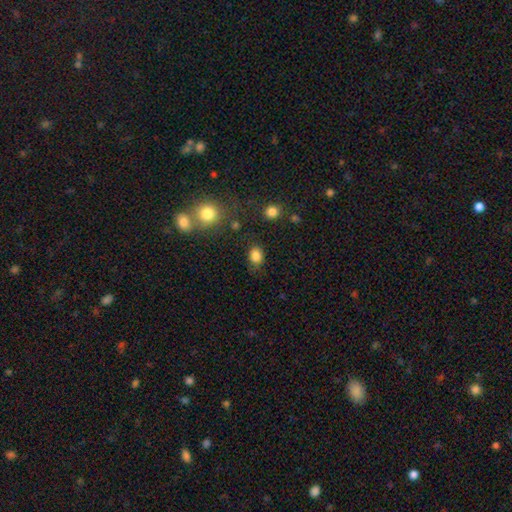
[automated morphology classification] Smooth or featured? smooth (85%)
How rounded? in between (58%)
Merging? none (79%)